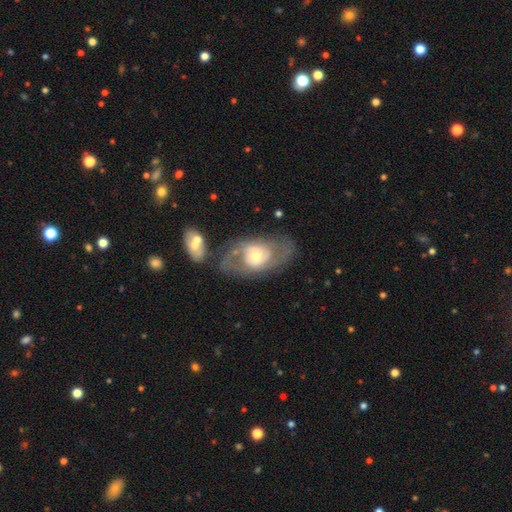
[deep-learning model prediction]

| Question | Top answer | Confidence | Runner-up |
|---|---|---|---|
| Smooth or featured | featured or disk | 73% | smooth (21%) |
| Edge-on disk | no | 94% | yes (6%) |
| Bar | no | 66% | weak (27%) |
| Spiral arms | yes | 75% | no (25%) |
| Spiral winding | medium | 46% | tight (30%) |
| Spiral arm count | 2 | 74% | can't tell (16%) |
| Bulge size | moderate | 56% | small (28%) |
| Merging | none | 59% | minor disturbance (18%) |